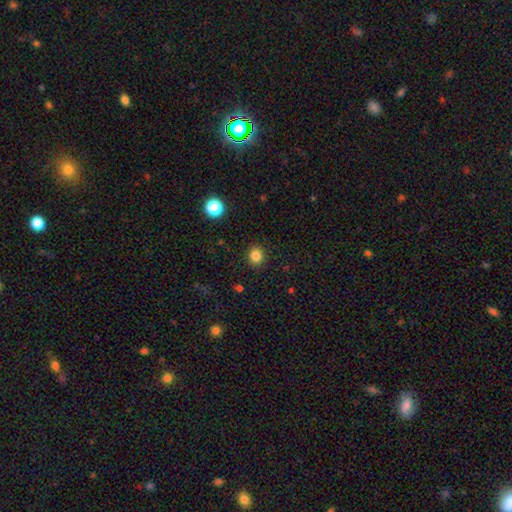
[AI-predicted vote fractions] Smooth or featured? Predicted: smooth (p=0.84). How rounded? Predicted: round (p=0.77). Merging? Predicted: none (p=0.90).